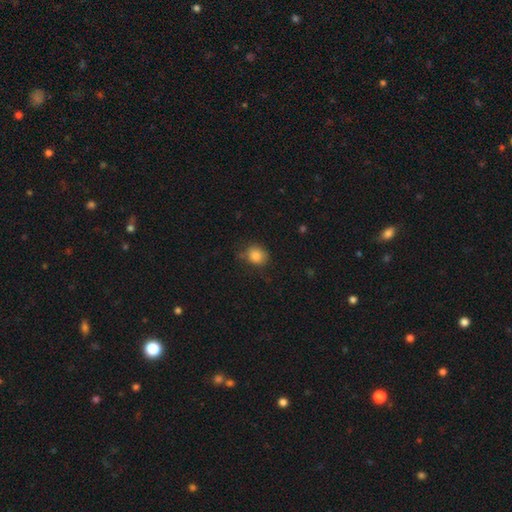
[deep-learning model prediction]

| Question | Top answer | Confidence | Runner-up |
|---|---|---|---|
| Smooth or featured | smooth | 84% | star or artifact (10%) |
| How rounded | round | 66% | in between (33%) |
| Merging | none | 70% | minor disturbance (22%) |